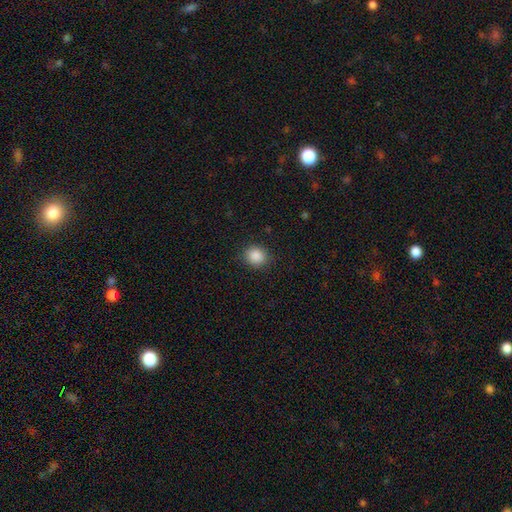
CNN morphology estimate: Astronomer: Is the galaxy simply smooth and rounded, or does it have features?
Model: smooth — 88%.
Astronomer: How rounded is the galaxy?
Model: round — 79%.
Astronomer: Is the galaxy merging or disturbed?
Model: none — 88%.